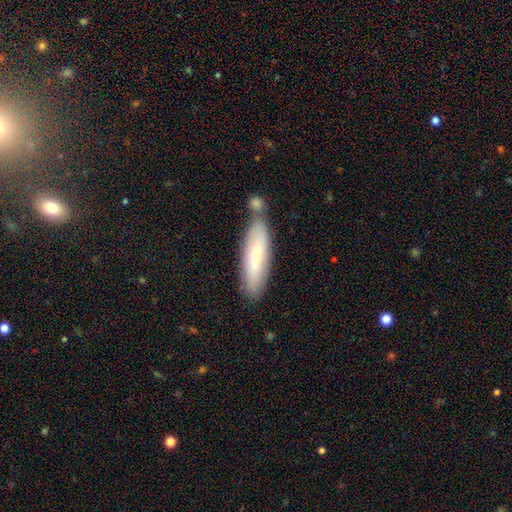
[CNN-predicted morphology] This appears to be a smooth galaxy with no disk features (62%) that is cigar-shaped (62%). Merging: none (63%).